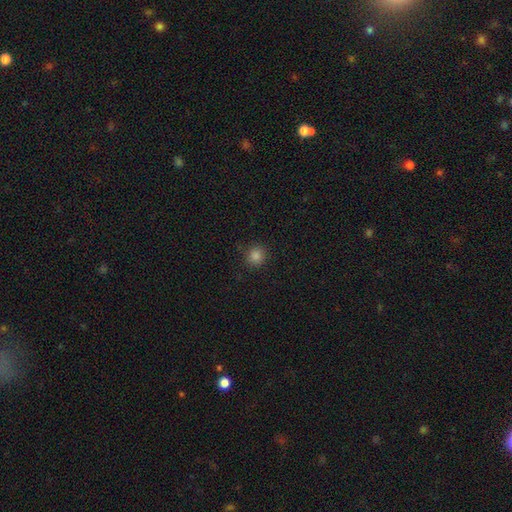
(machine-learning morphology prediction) Smooth or featured? Predicted: smooth (p=0.83). How rounded? Predicted: round (p=0.89). Merging? Predicted: none (p=0.87).